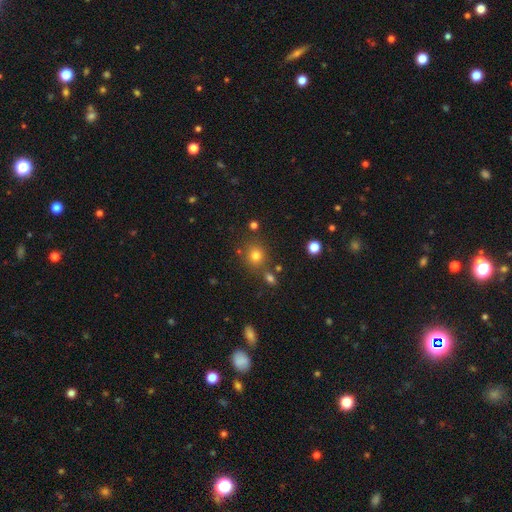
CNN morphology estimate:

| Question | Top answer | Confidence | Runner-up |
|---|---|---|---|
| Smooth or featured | smooth | 76% | star or artifact (16%) |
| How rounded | round | 85% | in between (14%) |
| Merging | none | 76% | minor disturbance (10%) |